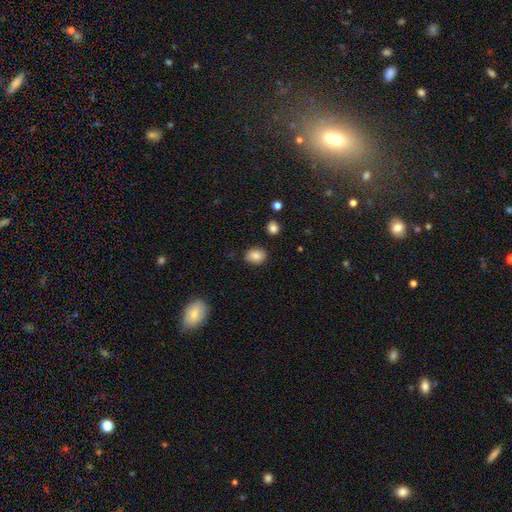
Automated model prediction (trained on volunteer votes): Q: Smooth or featured?
A: smooth (85%); runner-up: star or artifact (9%)
Q: How rounded?
A: in between (51%); runner-up: round (48%)
Q: Merging?
A: none (83%); runner-up: minor disturbance (12%)